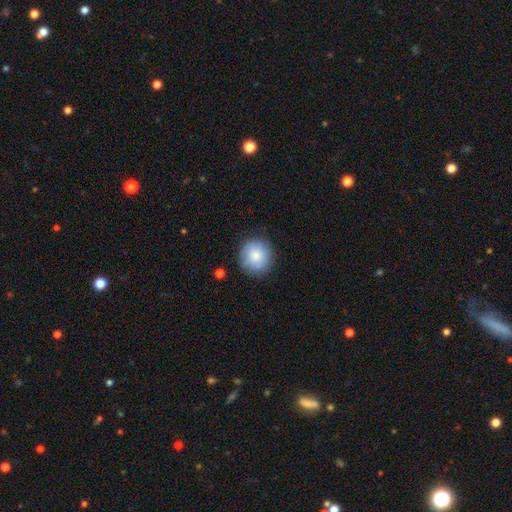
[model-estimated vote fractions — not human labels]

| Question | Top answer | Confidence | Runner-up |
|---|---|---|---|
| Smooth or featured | smooth | 81% | featured or disk (12%) |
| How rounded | round | 93% | in between (6%) |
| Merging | none | 83% | minor disturbance (12%) |